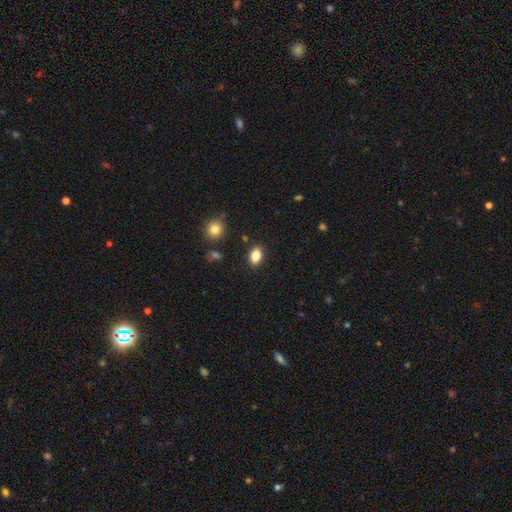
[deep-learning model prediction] smooth_or_featured: smooth (p=0.85) [alt: star or artifact p=0.09]
how_rounded: in between (p=0.82) [alt: round p=0.17]
merging: none (p=0.87) [alt: minor disturbance p=0.09]